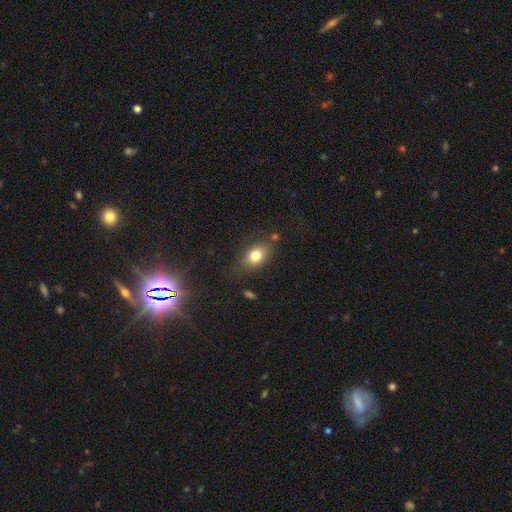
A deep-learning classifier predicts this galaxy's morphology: A smooth galaxy with no disk features (79%) that is in between round and cigar-shaped (77%).

Vote fractions:
- Smooth or featured? smooth: 79% / featured or disk: 12% / star or artifact: 10%
- How rounded? in between: 77% / round: 21% / cigar-shaped: 2%
- Merging? none: 75% / minor disturbance: 16% / major disturbance: 5% / merger: 4%